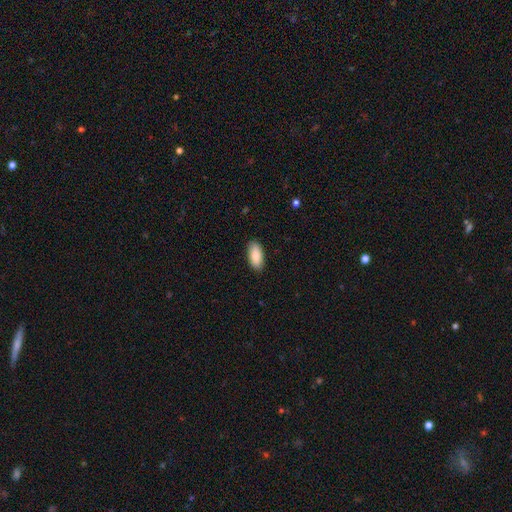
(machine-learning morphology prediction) Q: Smooth or featured?
A: smooth (86%); runner-up: featured or disk (8%)
Q: How rounded?
A: in between (91%); runner-up: cigar-shaped (6%)
Q: Merging?
A: none (89%); runner-up: minor disturbance (9%)